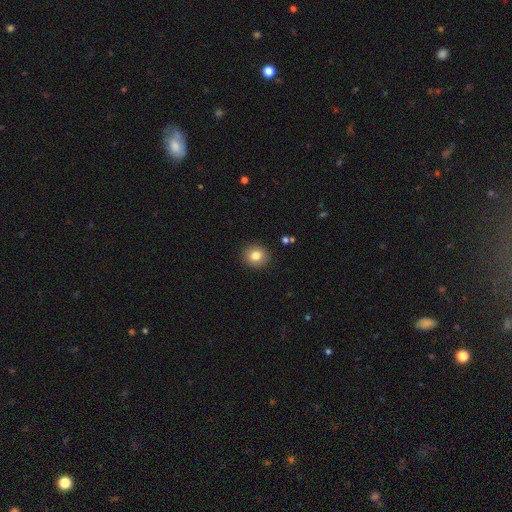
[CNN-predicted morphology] type=smooth (82%); roundness=round (85%); merging=none (91%).